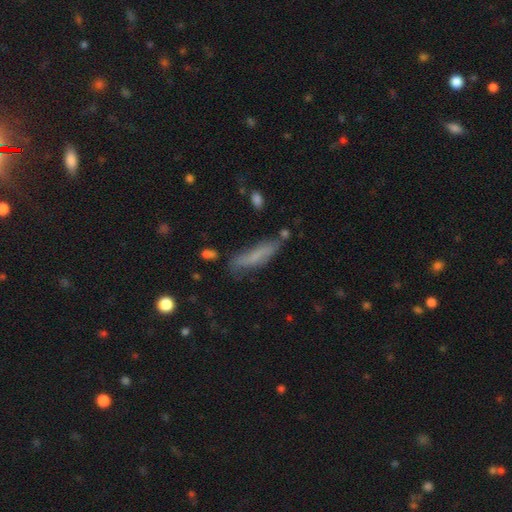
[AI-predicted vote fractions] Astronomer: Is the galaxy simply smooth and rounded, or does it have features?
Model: smooth — 64%.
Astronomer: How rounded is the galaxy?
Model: cigar-shaped — 74%.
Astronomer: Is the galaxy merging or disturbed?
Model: none — 61%.